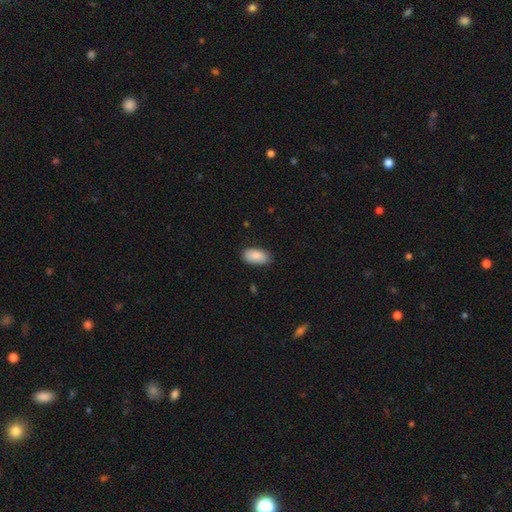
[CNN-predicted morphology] type=smooth (88%); roundness=in between (95%); merging=none (85%).